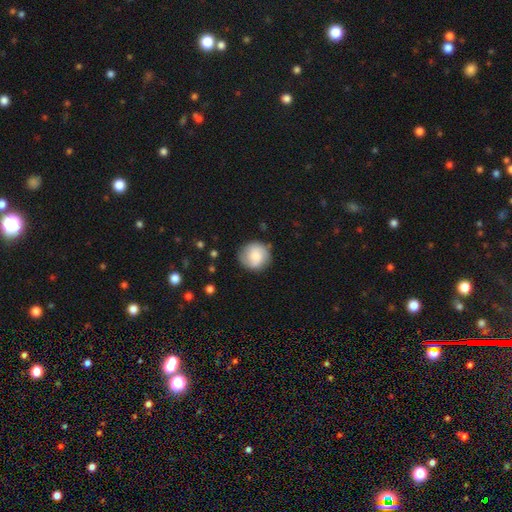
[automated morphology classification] Smooth or featured: smooth — 71% (featured or disk — 21%)
How rounded: round — 92% (in between — 7%)
Merging: none — 82% (minor disturbance — 14%)